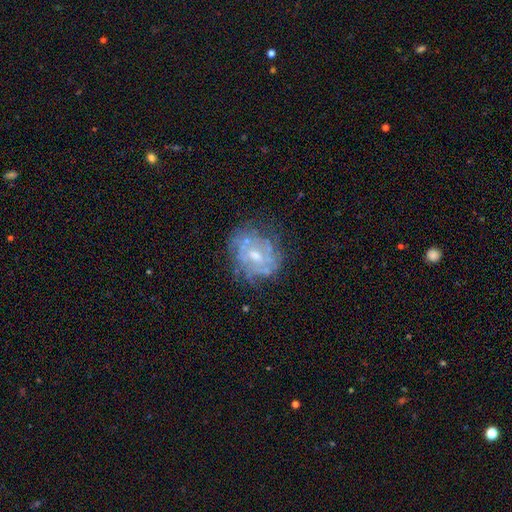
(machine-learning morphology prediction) smooth-or-featured: featured or disk: 72% | smooth: 18% | star or artifact: 10%
  disk-edge-on: no: 97% | yes: 3%
    bar: no: 63% | weak: 31% | strong: 6%
    has-spiral-arms: yes: 58% | no: 42%
    bulge-size: moderate: 53% | small: 38% | none: 4% | large: 3% | dominant: 1%
  merging: none: 61% | minor disturbance: 22% | major disturbance: 13% | merger: 3%